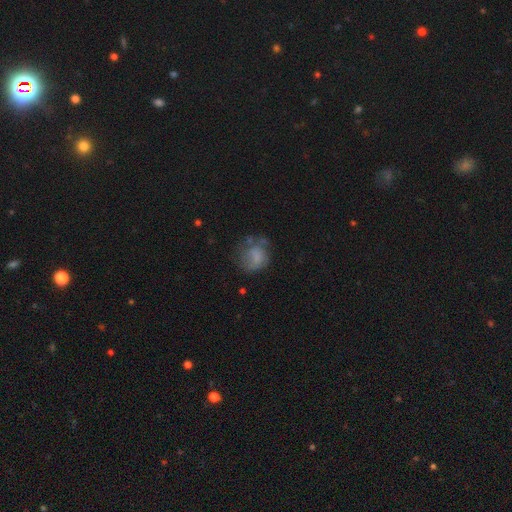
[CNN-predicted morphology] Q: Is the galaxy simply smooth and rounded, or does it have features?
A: smooth — 61%.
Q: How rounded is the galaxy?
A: round — 64%.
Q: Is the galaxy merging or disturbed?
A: none — 44%.